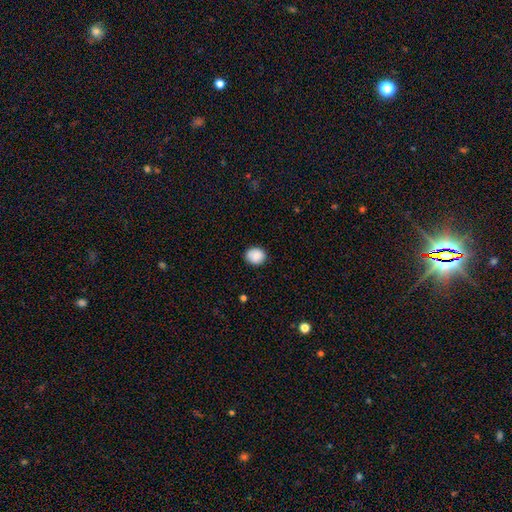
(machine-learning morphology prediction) Smooth or featured? Predicted: smooth (p=0.88). How rounded? Predicted: round (p=0.76). Merging? Predicted: none (p=0.86).